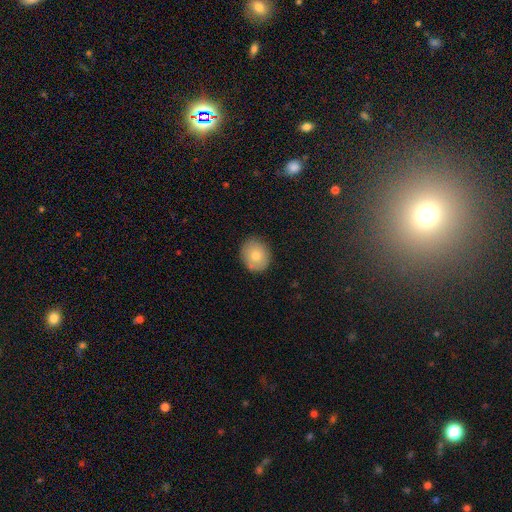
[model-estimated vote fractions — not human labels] This appears to be a smooth galaxy with no disk features (76%) that is round (72%). Merging: none (85%).